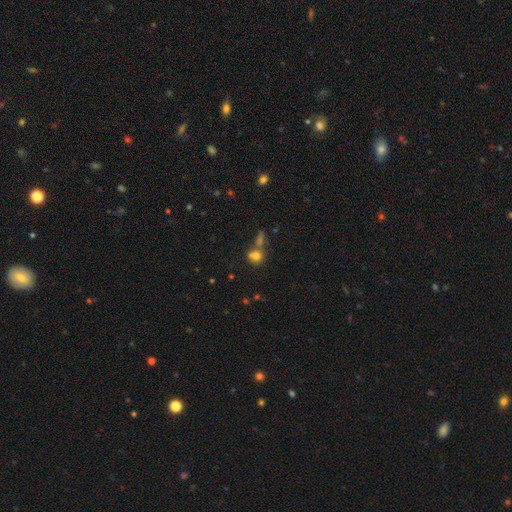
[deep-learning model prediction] smooth_or_featured: smooth (p=0.72) [alt: star or artifact p=0.16]
how_rounded: round (p=0.76) [alt: in between p=0.22]
merging: none (p=0.46) [alt: merger p=0.38]